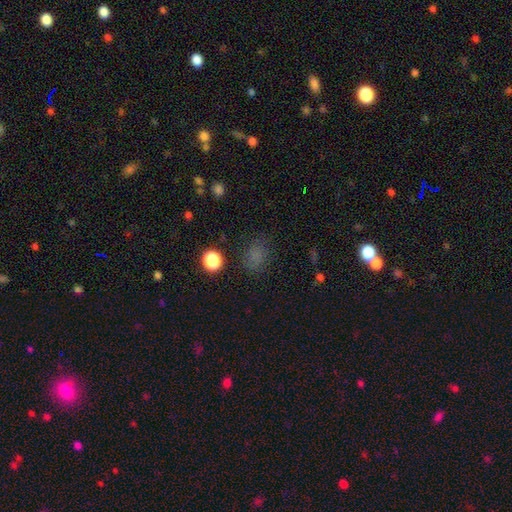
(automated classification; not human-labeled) Smooth or featured?
  - smooth: 71% *
  - star or artifact: 24%
  - featured or disk: 6%
How rounded?
  - round: 50% *
  - in between: 49%
  - cigar-shaped: 2%
Merging?
  - none: 77% *
  - minor disturbance: 15%
  - major disturbance: 6%
  - merger: 2%